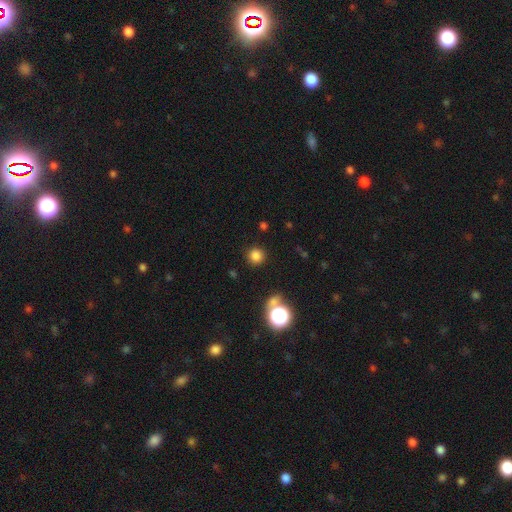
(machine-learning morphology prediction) smooth 80%, star or artifact 15%, featured or disk 5%. Down the decision tree: how rounded — round (93%); merging — none (88%).